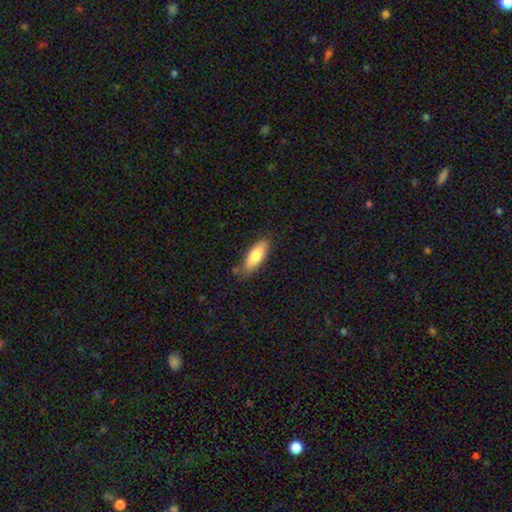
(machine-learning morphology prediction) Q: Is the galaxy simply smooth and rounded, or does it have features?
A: smooth — 78%.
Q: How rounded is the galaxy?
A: in between — 72%.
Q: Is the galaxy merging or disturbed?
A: none — 78%.